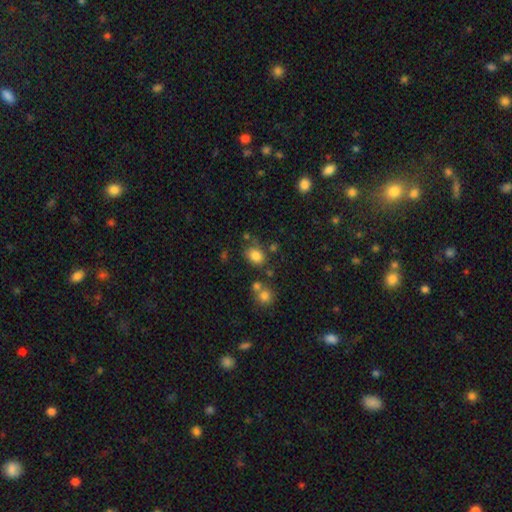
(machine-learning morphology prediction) smooth_or_featured: smooth (p=0.81) [alt: star or artifact p=0.12]
how_rounded: in between (p=0.56) [alt: round p=0.43]
merging: none (p=0.67) [alt: minor disturbance p=0.16]